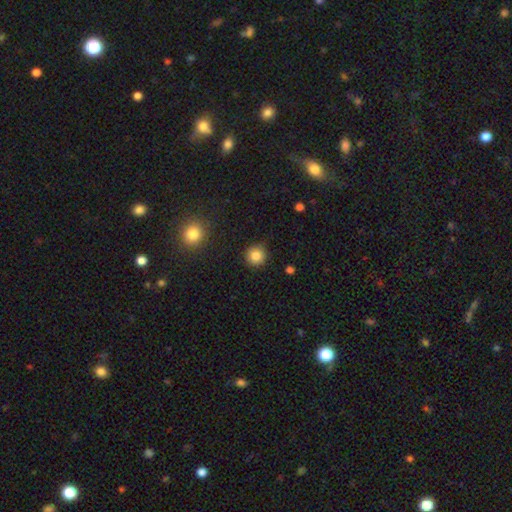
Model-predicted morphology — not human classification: Smooth or featured? smooth (84%)
How rounded? round (94%)
Merging? none (85%)